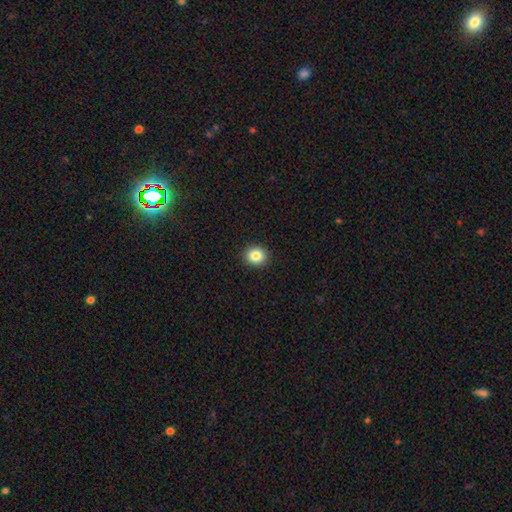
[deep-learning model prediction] Q: Smooth or featured?
A: smooth (85%); runner-up: star or artifact (10%)
Q: How rounded?
A: round (81%); runner-up: in between (18%)
Q: Merging?
A: none (92%); runner-up: minor disturbance (5%)